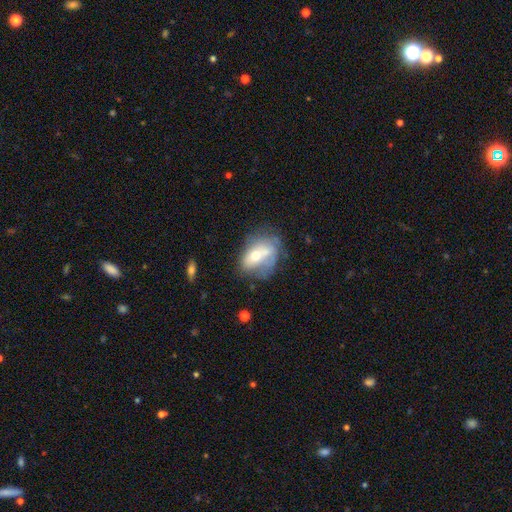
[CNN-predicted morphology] A smooth galaxy with no disk features (51%) that is in between round and cigar-shaped (79%). Merging: none (35%).